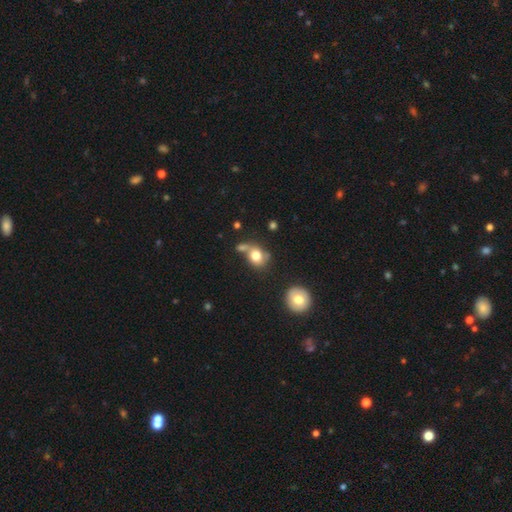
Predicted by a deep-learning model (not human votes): smooth-or-featured: smooth: 72% | featured or disk: 18% | star or artifact: 10%
  how-rounded: round: 60% | in between: 39% | cigar-shaped: 1%
  merging: none: 40% | merger: 30% | minor disturbance: 17% | major disturbance: 13%